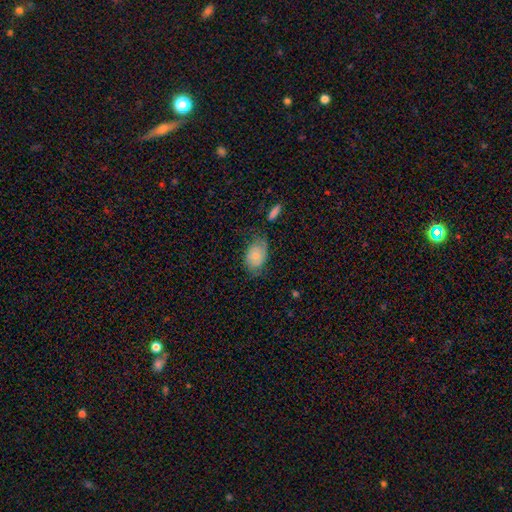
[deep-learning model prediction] Smooth or featured? smooth (70%)
How rounded? in between (86%)
Merging? none (50%)